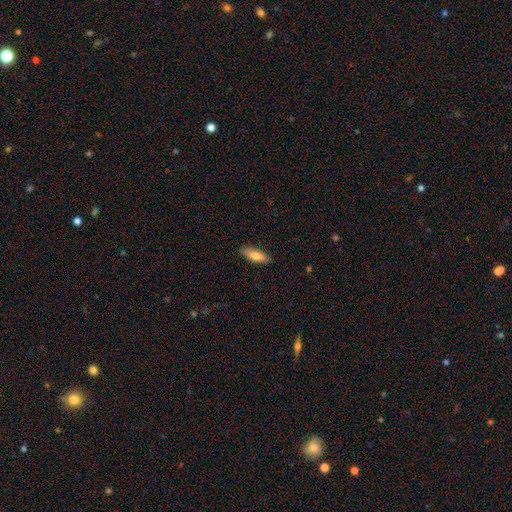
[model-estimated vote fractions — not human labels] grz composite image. It shows a smooth galaxy with no disk features (75%) that is cigar-shaped (51%). Merging: none (87%).